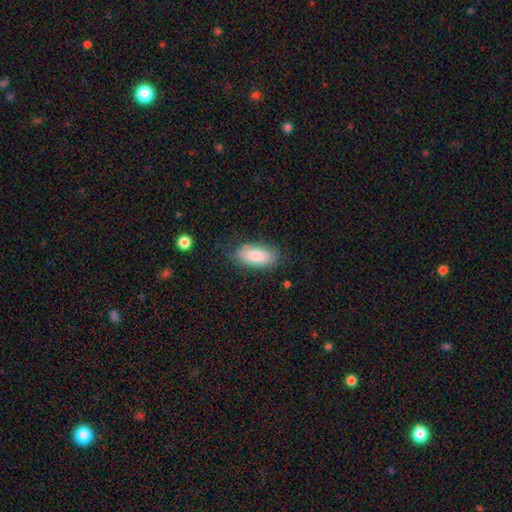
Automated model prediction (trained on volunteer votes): Smooth or featured? smooth (83%)
How rounded? in between (90%)
Merging? none (72%)